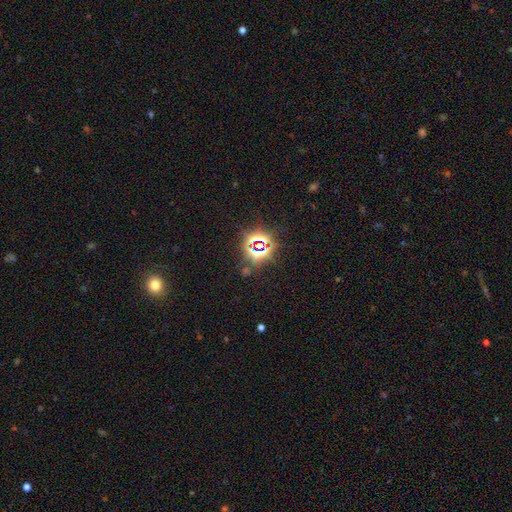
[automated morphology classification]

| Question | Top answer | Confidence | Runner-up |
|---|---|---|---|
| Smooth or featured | star or artifact | 77% | smooth (15%) |